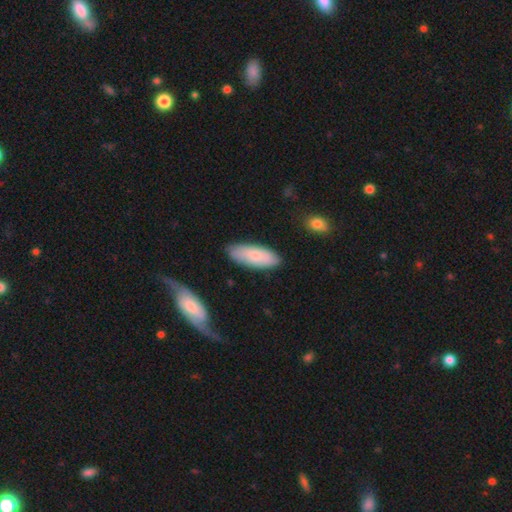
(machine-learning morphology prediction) A smooth galaxy with no disk features (78%) that is in between round and cigar-shaped (74%).

Vote fractions:
- Smooth or featured? smooth: 78% / featured or disk: 17% / star or artifact: 5%
- How rounded? in between: 74% / cigar-shaped: 24% / round: 2%
- Merging? none: 79% / minor disturbance: 15% / merger: 3% / major disturbance: 3%